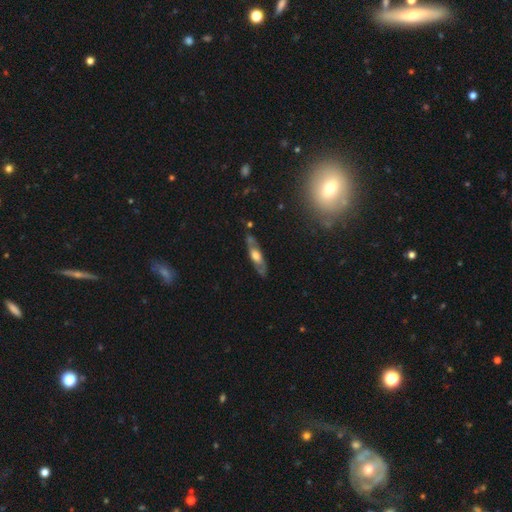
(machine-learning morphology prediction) smooth-or-featured: featured or disk: 62% | smooth: 32% | star or artifact: 6%
  disk-edge-on: no: 52% | yes: 48%
  merging: none: 75% | minor disturbance: 17% | major disturbance: 5% | merger: 3%